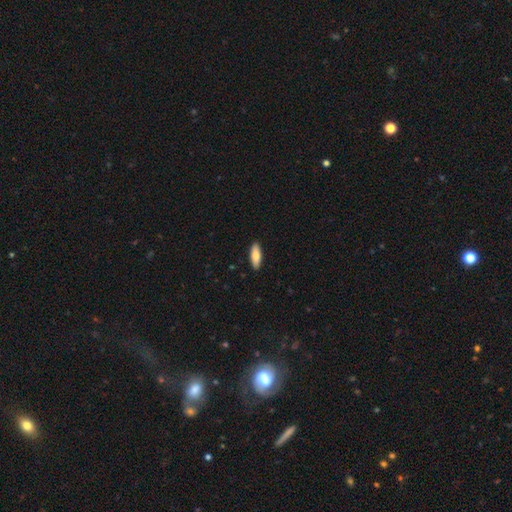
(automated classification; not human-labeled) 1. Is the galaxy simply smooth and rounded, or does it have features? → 80% smooth, 15% featured or disk, 6% star or artifact.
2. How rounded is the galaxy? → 62% in between, 36% cigar-shaped, 2% round.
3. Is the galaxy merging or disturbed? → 91% none, 7% minor disturbance, 1% major disturbance, 1% merger.